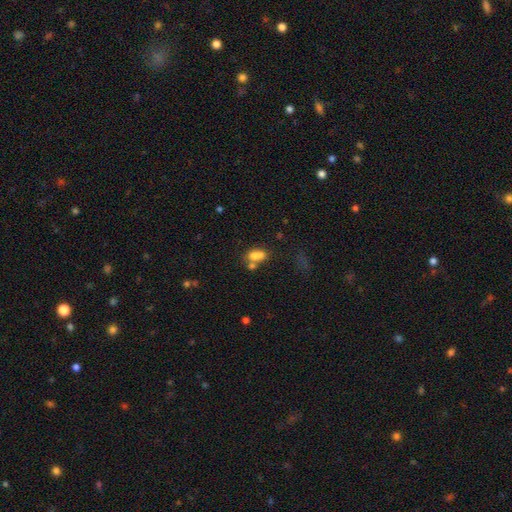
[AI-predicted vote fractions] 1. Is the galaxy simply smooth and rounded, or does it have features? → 67% smooth, 20% featured or disk, 12% star or artifact.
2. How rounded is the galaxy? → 63% in between, 35% round, 3% cigar-shaped.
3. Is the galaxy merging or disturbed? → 60% merger, 26% none, 9% minor disturbance, 6% major disturbance.